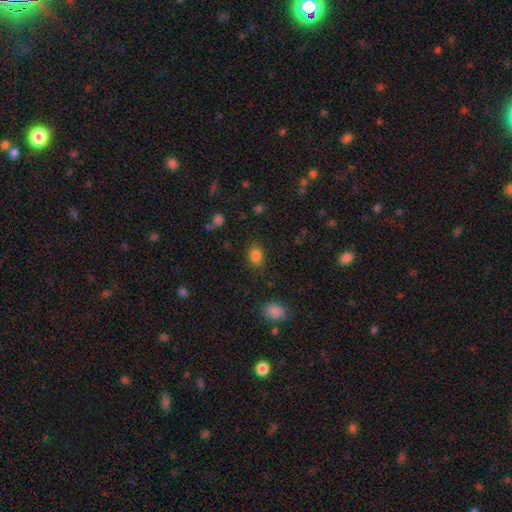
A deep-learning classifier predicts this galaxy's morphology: Smooth or featured: smooth — 83% (star or artifact — 11%)
How rounded: in between — 70% (round — 28%)
Merging: none — 81% (minor disturbance — 13%)